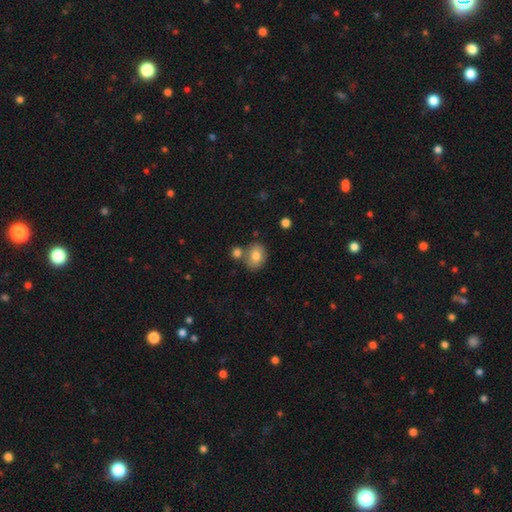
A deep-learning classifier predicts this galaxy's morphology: Overall: smooth (79%). How rounded: in between (57%; round 42%). Merging: none (64%).